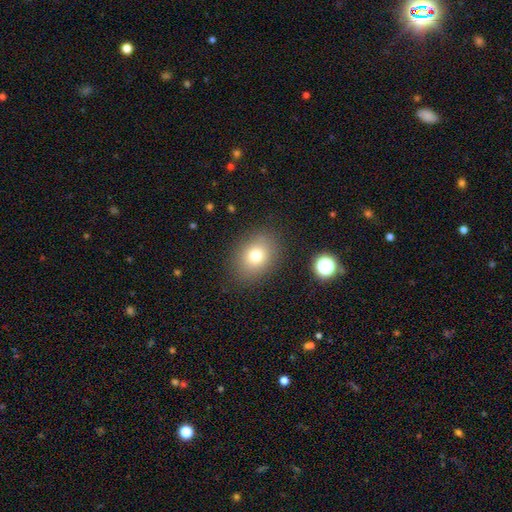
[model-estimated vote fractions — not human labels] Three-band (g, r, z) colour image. It shows a smooth galaxy with no disk features (76%) that is in between round and cigar-shaped (59%). Merging: none (84%).